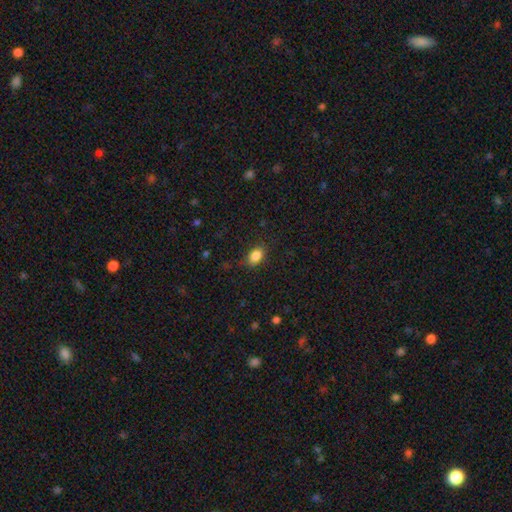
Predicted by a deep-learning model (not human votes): The model was most divided on "merging": none: 81%, minor disturbance: 14%, major disturbance: 4%, merger: 1%. More confident: smooth or featured — smooth (85%); how rounded — in between (83%).